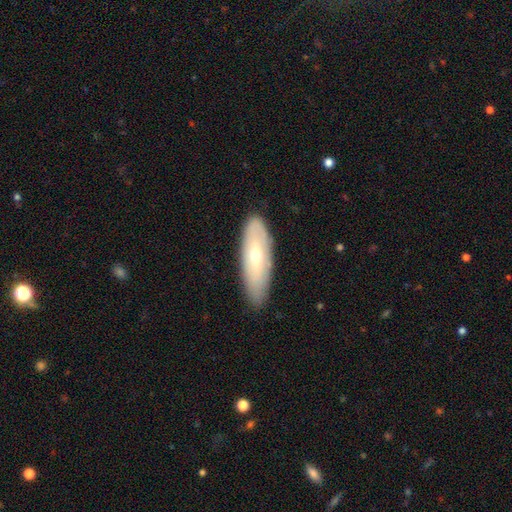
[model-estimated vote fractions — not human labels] This appears to be a smooth galaxy with no disk features (49%). Merging: none (82%).